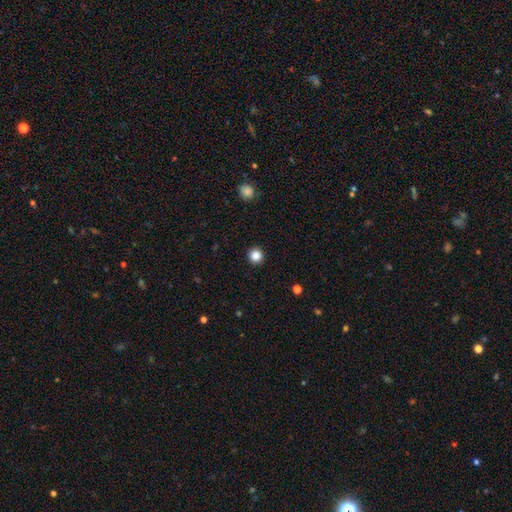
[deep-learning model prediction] Morphology: type=smooth (85%); roundness=round (95%); merging=none (93%).